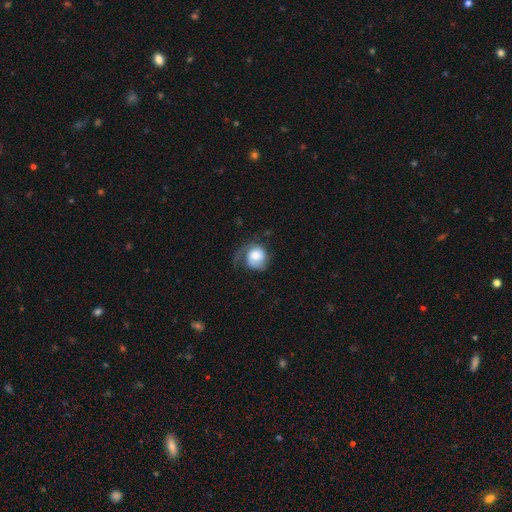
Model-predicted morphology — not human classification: smooth-or-featured: smooth: 48% | featured or disk: 45% | star or artifact: 7%
  merging: none: 40% | major disturbance: 32% | minor disturbance: 26% | merger: 2%